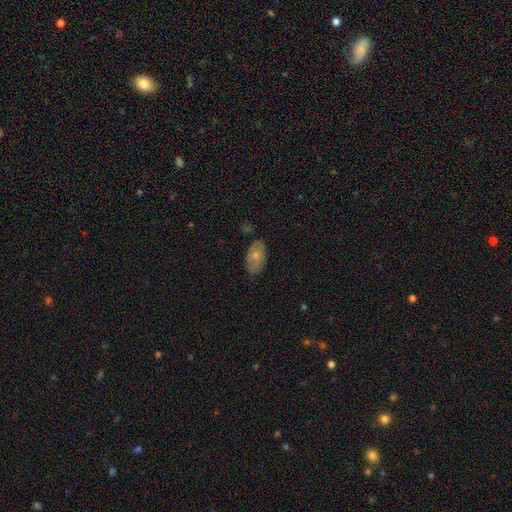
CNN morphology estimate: smooth-or-featured: smooth: 61% | featured or disk: 32% | star or artifact: 7%
  how-rounded: in between: 92% | round: 6% | cigar-shaped: 2%
  merging: none: 74% | minor disturbance: 20% | major disturbance: 4% | merger: 2%